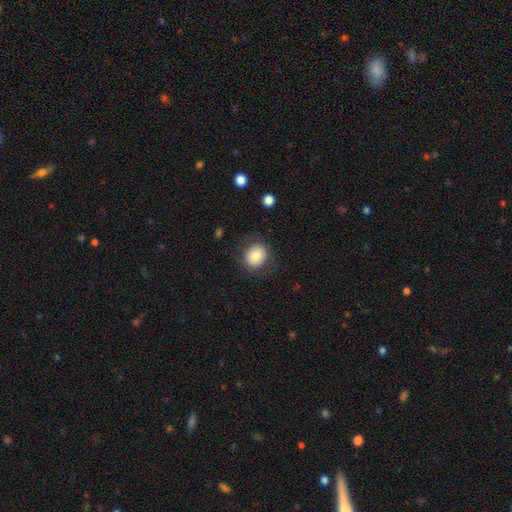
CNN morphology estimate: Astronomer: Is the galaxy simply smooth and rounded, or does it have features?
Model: smooth — 77%.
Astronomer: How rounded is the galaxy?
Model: round — 76%.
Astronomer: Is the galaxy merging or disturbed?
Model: none — 81%.